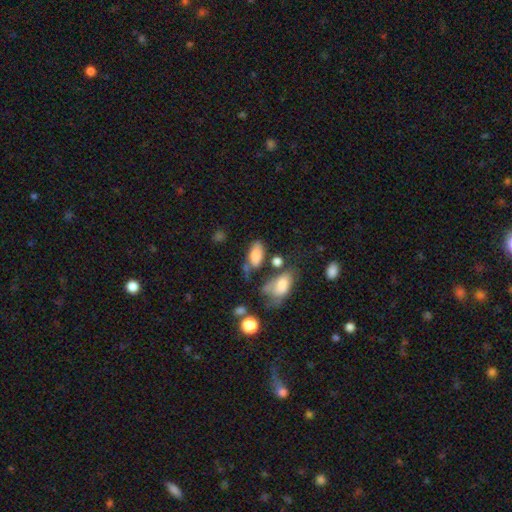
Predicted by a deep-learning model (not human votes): Morphology: type=smooth (78%); roundness=in between (90%); merging=none (45%).